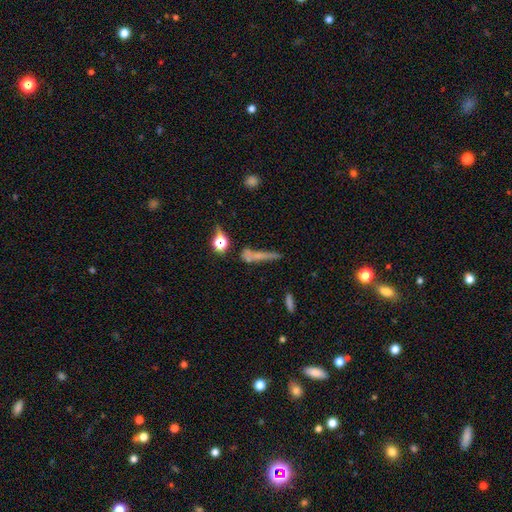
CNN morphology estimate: smooth-or-featured: smooth: 50% | featured or disk: 33% | star or artifact: 17%
  how-rounded: cigar-shaped: 80% | in between: 12% | round: 8%
  merging: none: 50% | minor disturbance: 19% | merger: 17% | major disturbance: 13%